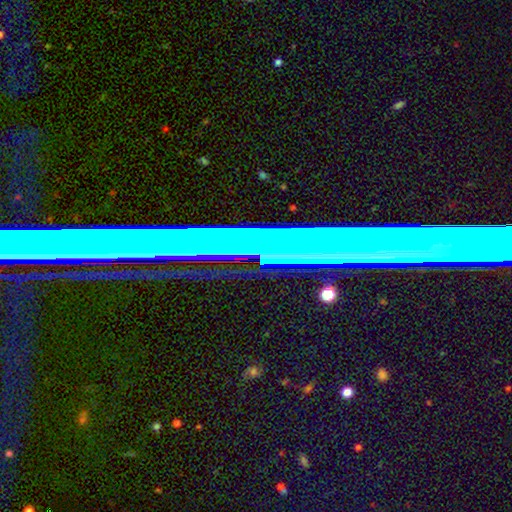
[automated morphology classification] star or artifact 51%, featured or disk 35%, smooth 14%.